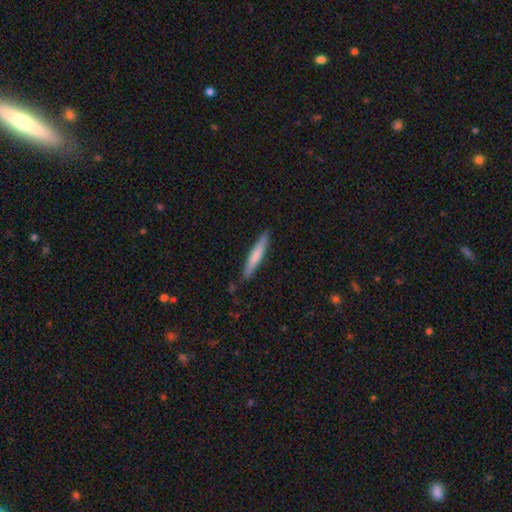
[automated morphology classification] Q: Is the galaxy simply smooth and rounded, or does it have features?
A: smooth — 70%.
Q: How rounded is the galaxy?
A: cigar-shaped — 93%.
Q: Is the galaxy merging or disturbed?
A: none — 86%.